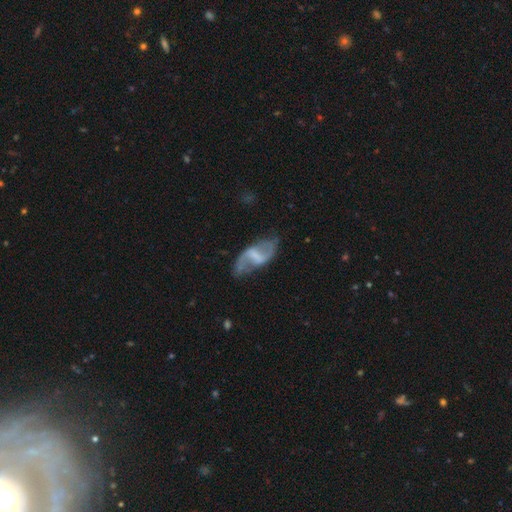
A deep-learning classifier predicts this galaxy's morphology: featured or disk 80%, smooth 14%, star or artifact 6%. Down the decision tree: edge-on disk — no (96%); bar — strong (45%); spiral arms — yes (87%); spiral arm count — 2 (90%); spiral winding — loose (61%); bulge size — none (49%); merging — none (71%).